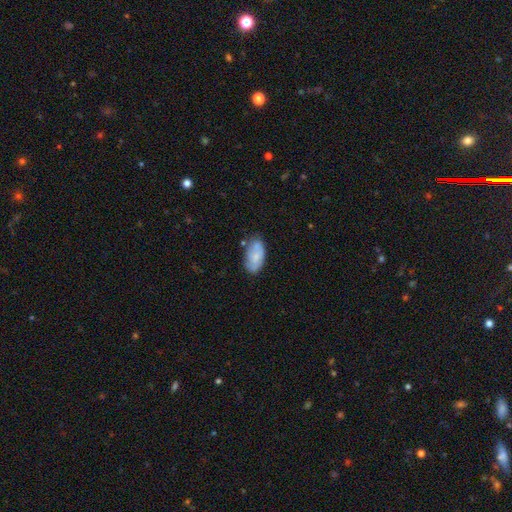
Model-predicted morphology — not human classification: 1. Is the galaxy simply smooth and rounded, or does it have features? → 63% smooth, 30% featured or disk, 7% star or artifact.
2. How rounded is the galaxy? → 93% in between, 4% round, 3% cigar-shaped.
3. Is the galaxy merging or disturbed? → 65% none, 25% minor disturbance, 6% major disturbance, 5% merger.